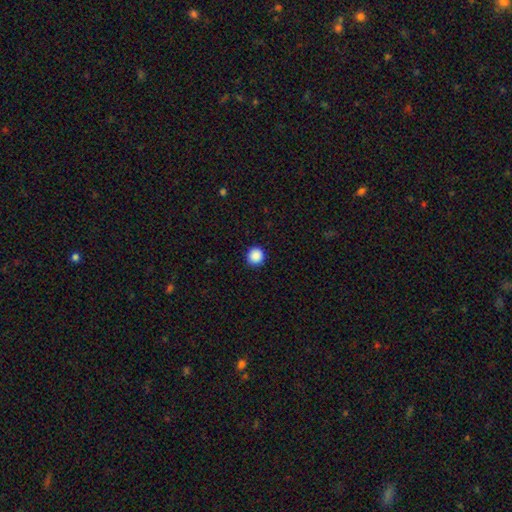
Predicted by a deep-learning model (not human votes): Smooth or featured? smooth (89%)
How rounded? round (94%)
Merging? none (92%)